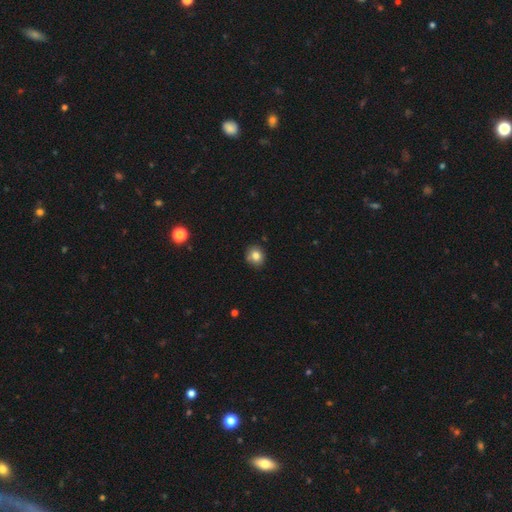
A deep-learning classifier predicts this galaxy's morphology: A smooth galaxy with no disk features (80%) that is round (79%).

Vote fractions:
- Smooth or featured? smooth: 80% / star or artifact: 11% / featured or disk: 9%
- How rounded? round: 79% / in between: 20% / cigar-shaped: 1%
- Merging? none: 84% / minor disturbance: 12% / merger: 2% / major disturbance: 2%